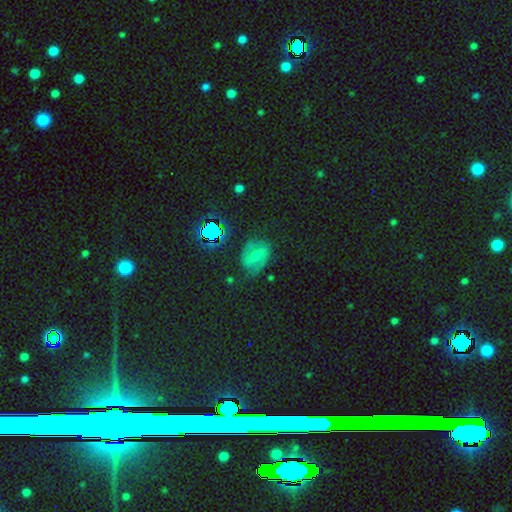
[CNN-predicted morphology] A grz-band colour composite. It shows a featured or disk galaxy (38%). Merging: none (69%).